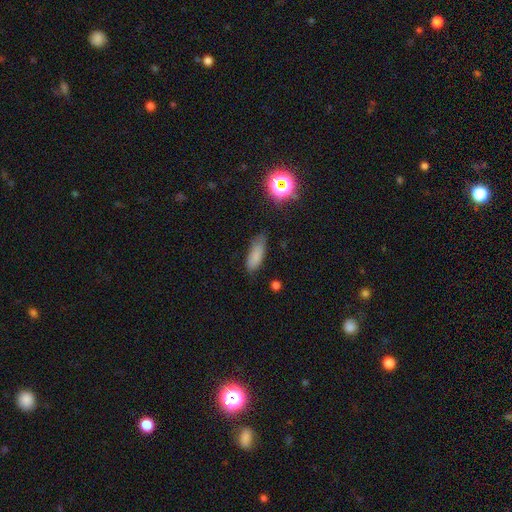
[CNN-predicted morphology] smooth-or-featured: smooth: 81% | star or artifact: 11% | featured or disk: 8%
  how-rounded: in between: 62% | cigar-shaped: 35% | round: 2%
  merging: none: 71% | minor disturbance: 22% | major disturbance: 5% | merger: 2%